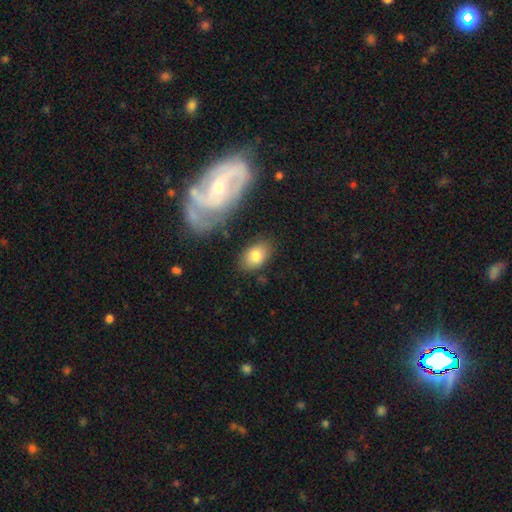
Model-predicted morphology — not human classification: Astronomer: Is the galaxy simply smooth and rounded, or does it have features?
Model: smooth — 80%.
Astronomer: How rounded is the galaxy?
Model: in between — 85%.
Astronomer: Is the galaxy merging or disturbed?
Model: none — 80%.